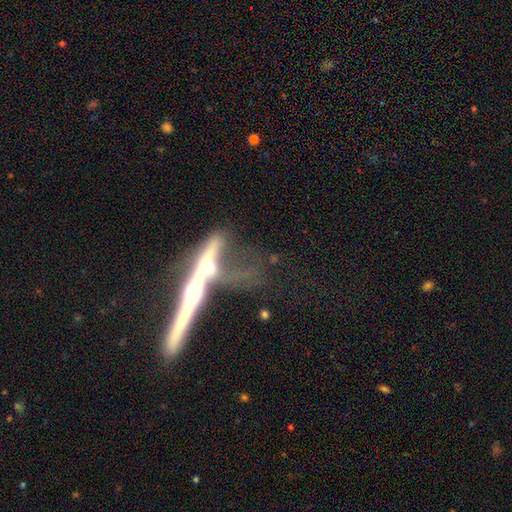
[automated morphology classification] The model was most divided on "merging": none: 39%, merger: 33%, minor disturbance: 15%, major disturbance: 13%. More confident: edge-on disk — yes (89%); smooth or featured — featured or disk (73%); edge-on bulge — rounded (68%).